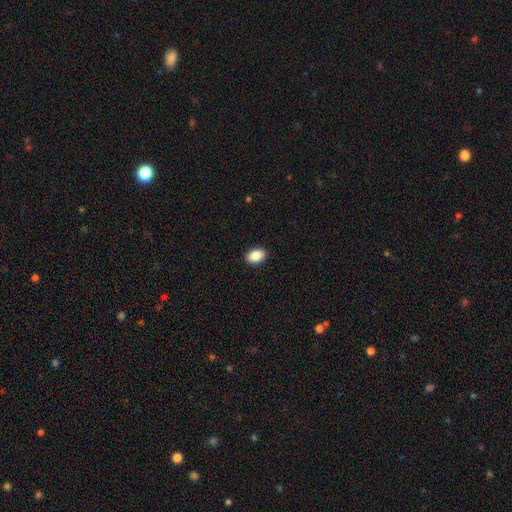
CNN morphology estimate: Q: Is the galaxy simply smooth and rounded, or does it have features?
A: smooth — 87%.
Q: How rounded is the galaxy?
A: in between — 84%.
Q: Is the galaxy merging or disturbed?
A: none — 92%.